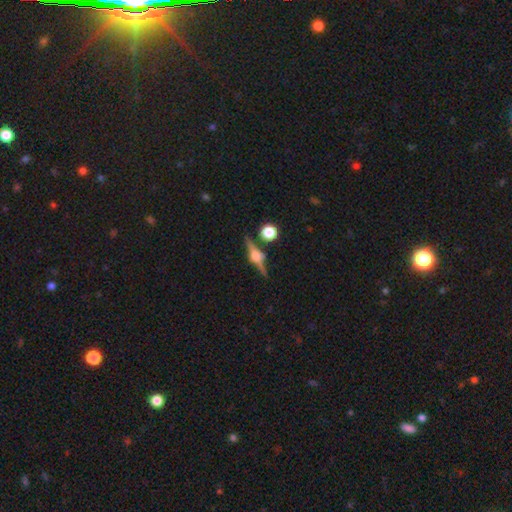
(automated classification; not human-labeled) smooth_or_featured: featured or disk (p=0.83) [alt: smooth p=0.10]
disk_edge_on: yes (p=0.97) [alt: no p=0.03]
edge_on_bulge: rounded (p=0.91) [alt: boxy p=0.07]
merging: none (p=0.84) [alt: minor disturbance p=0.09]